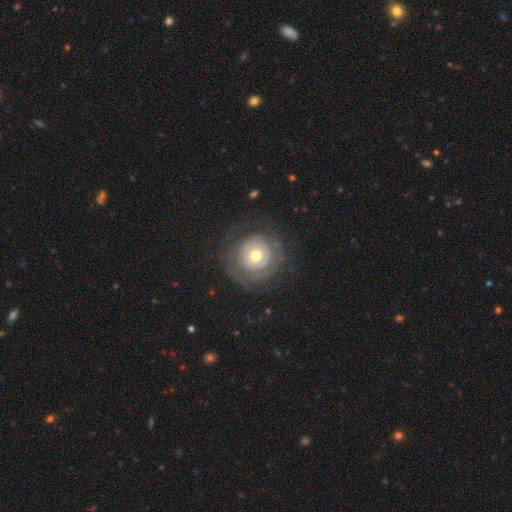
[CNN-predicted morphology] featured or disk 69%, smooth 25%, star or artifact 6%. Down the decision tree: edge-on disk — no (97%); bar — no (85%); spiral arms — yes (60%); bulge size — moderate (68%); merging — none (71%).